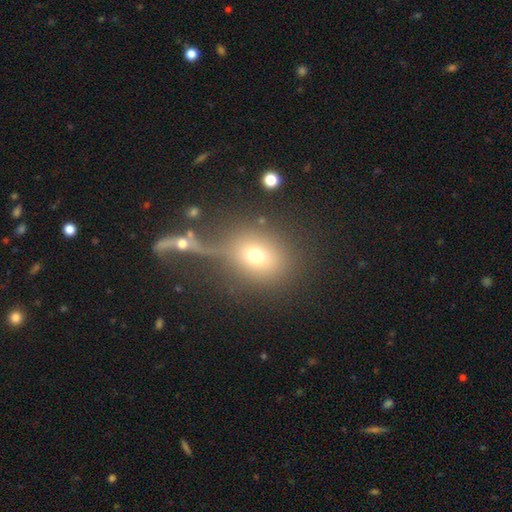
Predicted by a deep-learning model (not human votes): Smooth or featured?
  - smooth: 66% *
  - featured or disk: 20%
  - star or artifact: 14%
How rounded?
  - round: 61% *
  - in between: 37%
  - cigar-shaped: 2%
Merging?
  - none: 51% *
  - merger: 23%
  - major disturbance: 14%
  - minor disturbance: 12%